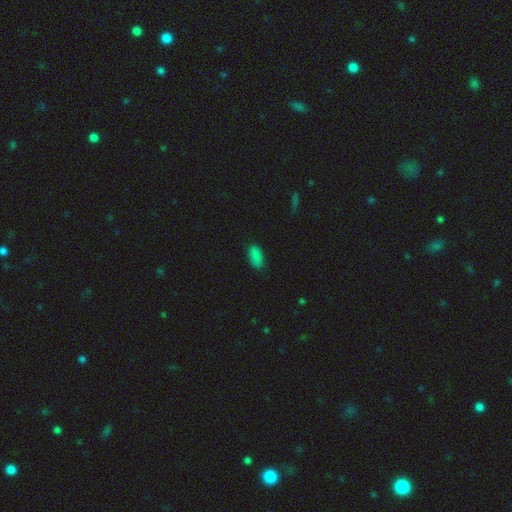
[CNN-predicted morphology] A smooth galaxy with no disk features (86%) that is in between round and cigar-shaped (93%).

Vote fractions:
- Smooth or featured? smooth: 86% / star or artifact: 10% / featured or disk: 4%
- How rounded? in between: 93% / cigar-shaped: 4% / round: 3%
- Merging? none: 83% / minor disturbance: 13% / major disturbance: 3% / merger: 1%